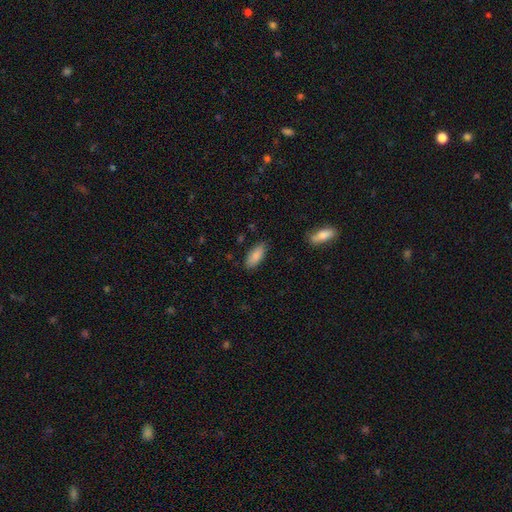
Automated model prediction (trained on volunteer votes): smooth_or_featured: smooth (p=0.86) [alt: featured or disk p=0.07]
how_rounded: in between (p=0.84) [alt: cigar-shaped p=0.14]
merging: none (p=0.84) [alt: minor disturbance p=0.12]